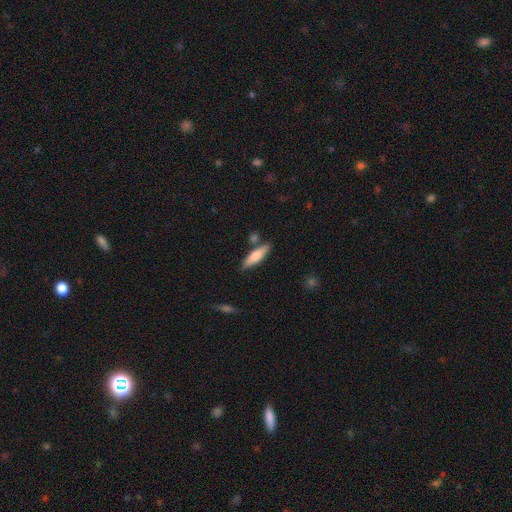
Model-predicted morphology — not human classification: Smooth or featured: smooth — 68% (featured or disk — 26%)
How rounded: cigar-shaped — 63% (in between — 35%)
Merging: none — 78% (minor disturbance — 12%)